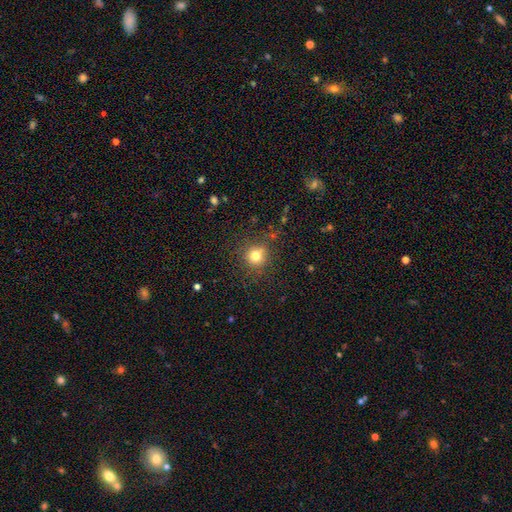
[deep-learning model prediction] A smooth galaxy with no disk features (77%) that is round (92%). Merging: none (82%).